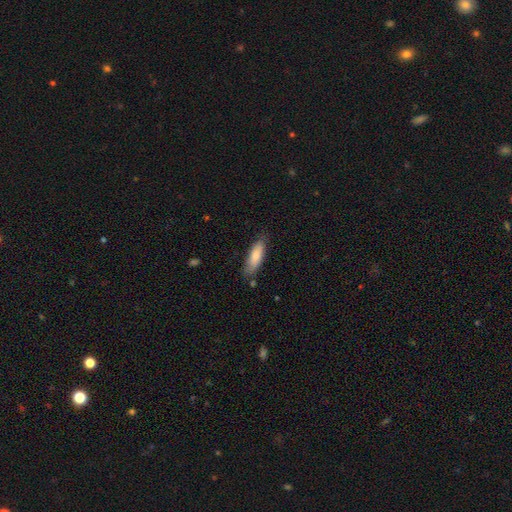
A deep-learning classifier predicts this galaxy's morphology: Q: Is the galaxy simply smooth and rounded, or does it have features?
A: smooth — 79%.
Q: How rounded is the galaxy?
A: in between — 49%, tied with cigar-shaped.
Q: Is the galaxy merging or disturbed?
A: none — 74%.